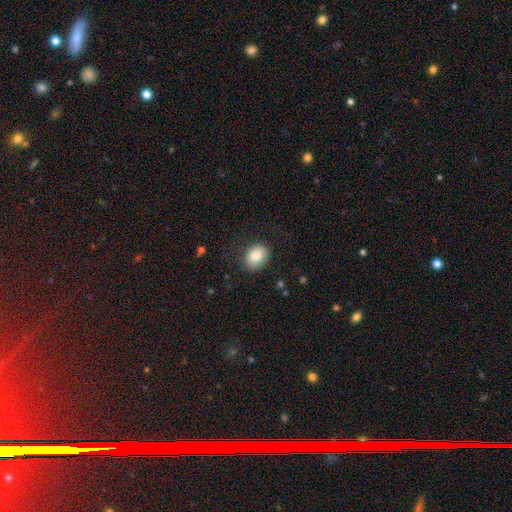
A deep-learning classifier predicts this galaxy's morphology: smooth-or-featured: smooth: 83% | featured or disk: 9% | star or artifact: 8%
  how-rounded: in between: 61% | round: 38% | cigar-shaped: 1%
  merging: none: 80% | minor disturbance: 15% | major disturbance: 4% | merger: 1%